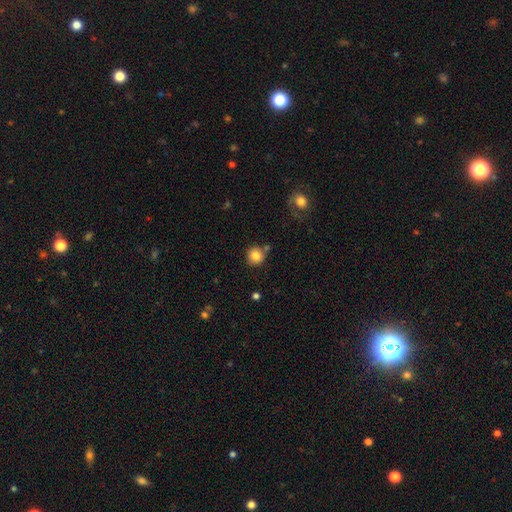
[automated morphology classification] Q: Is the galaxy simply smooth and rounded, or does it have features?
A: smooth — 83%.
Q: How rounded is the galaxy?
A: round — 92%.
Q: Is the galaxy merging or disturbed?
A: none — 79%.